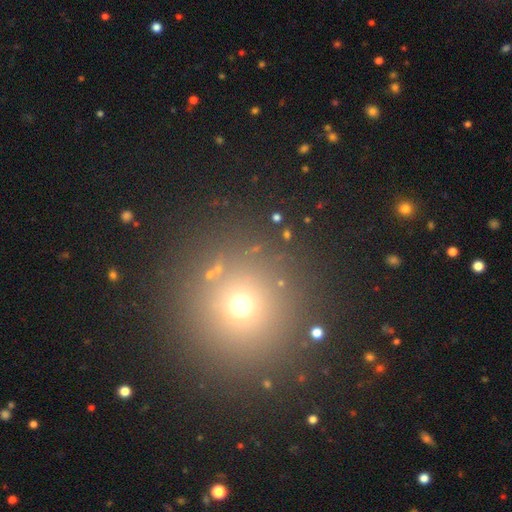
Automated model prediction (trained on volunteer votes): A smooth galaxy with no disk features (57%) that is round (94%).

Vote fractions:
- Smooth or featured? smooth: 57% / star or artifact: 34% / featured or disk: 9%
- How rounded? round: 94% / in between: 5% / cigar-shaped: 1%
- Merging? none: 86% / minor disturbance: 7% / merger: 4% / major disturbance: 3%